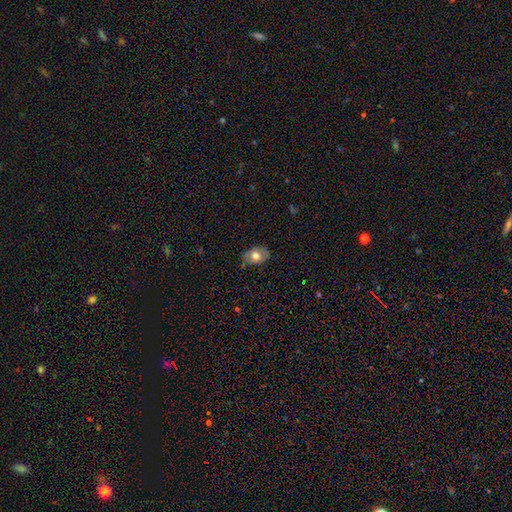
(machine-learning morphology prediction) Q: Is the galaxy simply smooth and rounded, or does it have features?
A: smooth — 67%.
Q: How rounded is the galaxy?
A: in between — 79%.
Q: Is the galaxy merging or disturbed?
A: none — 78%.